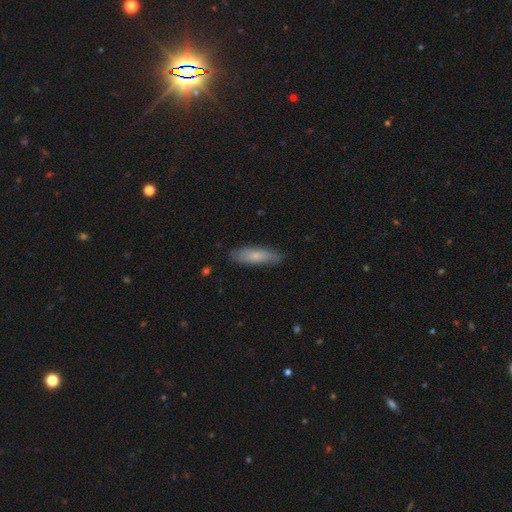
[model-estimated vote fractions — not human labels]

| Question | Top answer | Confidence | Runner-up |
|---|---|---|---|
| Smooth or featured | smooth | 70% | featured or disk (24%) |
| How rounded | cigar-shaped | 58% | in between (40%) |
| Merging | none | 82% | minor disturbance (15%) |